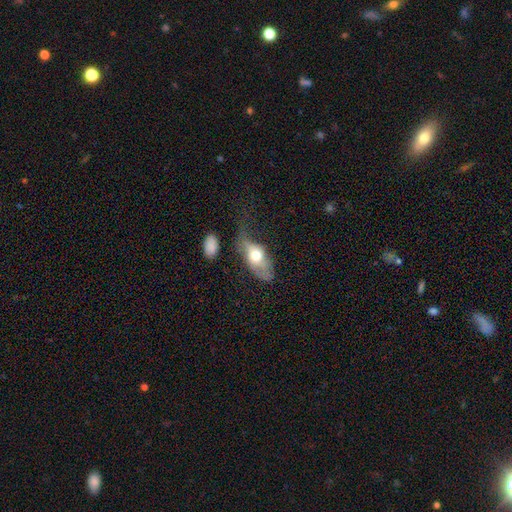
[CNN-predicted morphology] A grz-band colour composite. It shows a smooth galaxy with no disk features (57%) that is in between round and cigar-shaped (84%). Merging: major disturbance (42%).